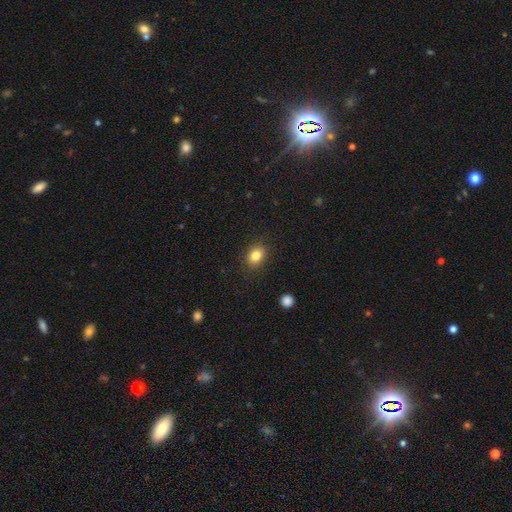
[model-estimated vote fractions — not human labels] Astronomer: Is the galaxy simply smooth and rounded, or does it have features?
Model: smooth — 83%.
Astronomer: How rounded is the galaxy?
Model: in between — 61% (runner-up: round, 38%).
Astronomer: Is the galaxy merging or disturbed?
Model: none — 87%.